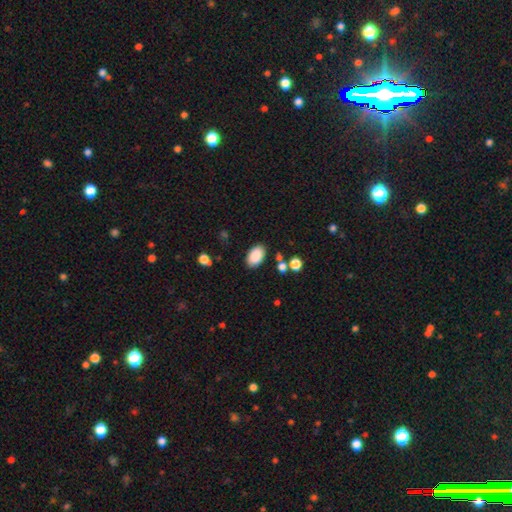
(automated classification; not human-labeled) Smooth or featured? Predicted: smooth (p=0.89). How rounded? Predicted: in between (p=0.92). Merging? Predicted: none (p=0.84).